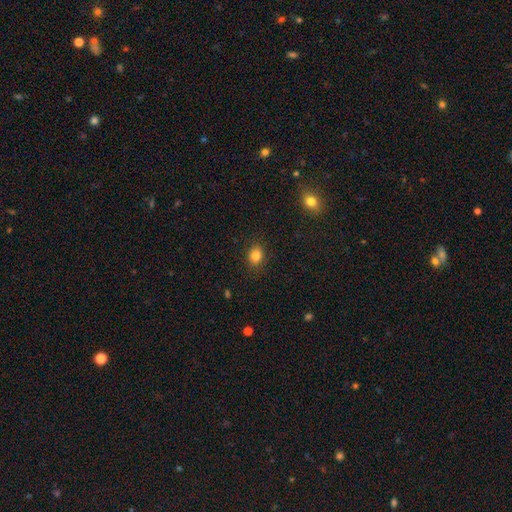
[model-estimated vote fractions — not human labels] This appears to be a smooth galaxy with no disk features (83%) that is in between round and cigar-shaped (54%). Merging: none (85%).